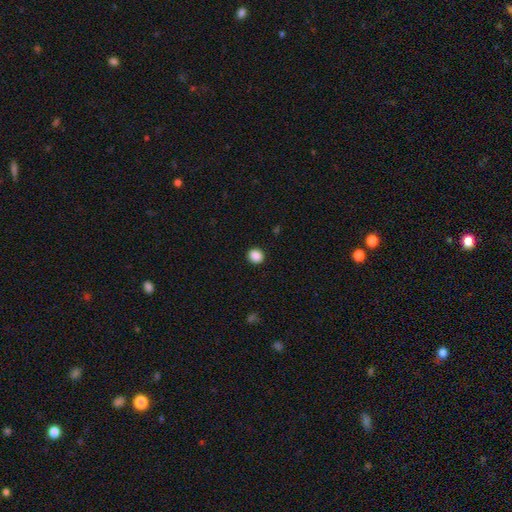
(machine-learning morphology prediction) Overall: smooth (88%). How rounded: round (80%). Merging: none (92%).